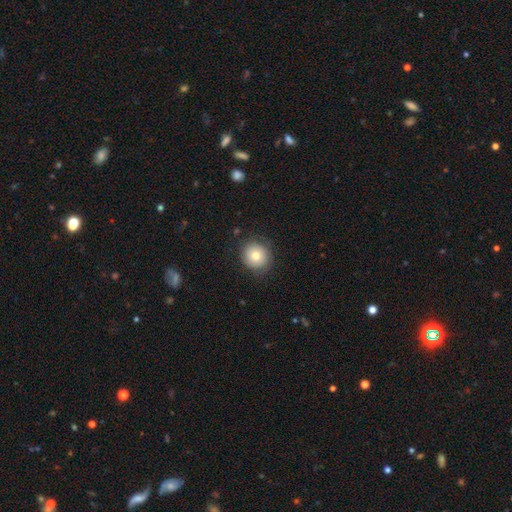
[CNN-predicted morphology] Smooth or featured? smooth (74%)
How rounded? round (88%)
Merging? none (81%)